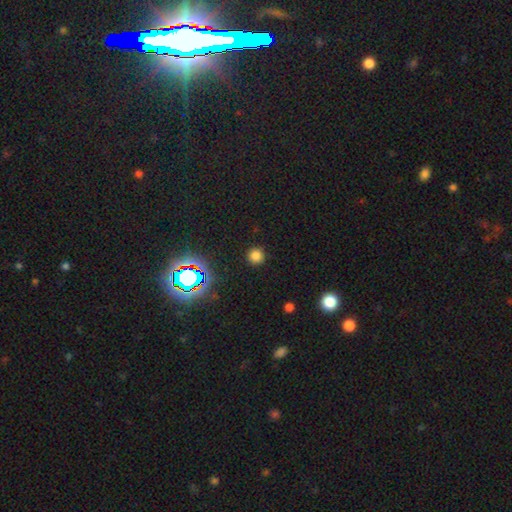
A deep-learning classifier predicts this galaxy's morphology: The model was most divided on "smooth or featured": smooth: 76%, star or artifact: 19%, featured or disk: 5%. More confident: how rounded — round (95%); merging — none (91%).